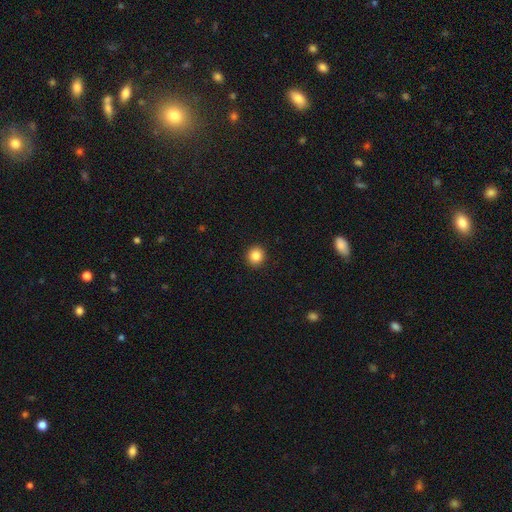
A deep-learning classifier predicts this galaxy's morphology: Overall: smooth (86%). How rounded: round (92%). Merging: none (93%).